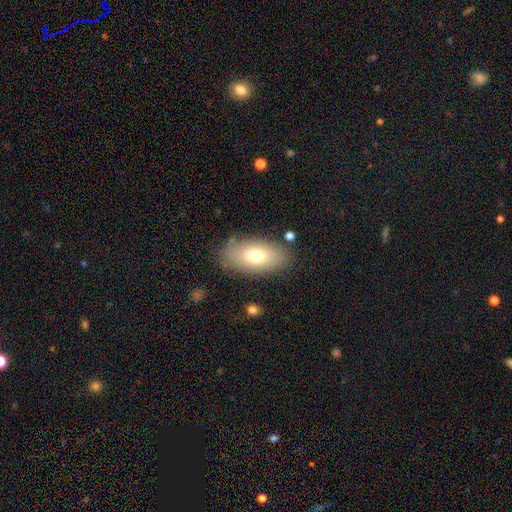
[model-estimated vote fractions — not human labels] smooth_or_featured: smooth (p=0.71) [alt: featured or disk p=0.20]
how_rounded: in between (p=0.91) [alt: round p=0.06]
merging: none (p=0.82) [alt: minor disturbance p=0.12]